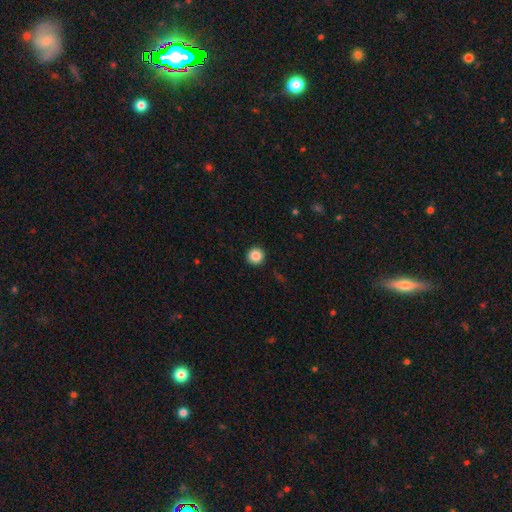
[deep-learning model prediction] This is clearly a smooth galaxy (86%). How rounded: clearly round (96%). Merging: clearly none (93%).